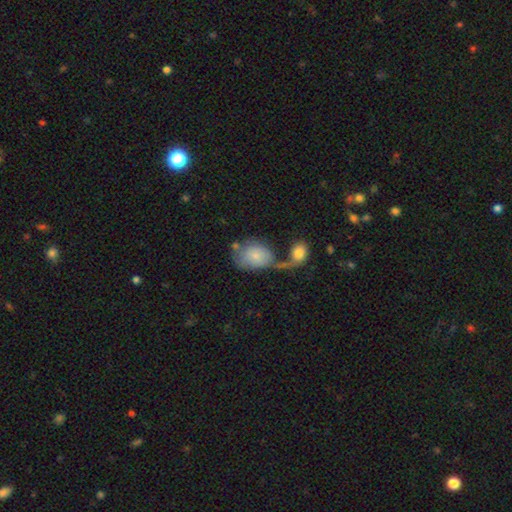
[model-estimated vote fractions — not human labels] Smooth or featured? Predicted: smooth (p=0.70). How rounded? Predicted: in between (p=0.67). Merging? Predicted: merger (p=0.43).